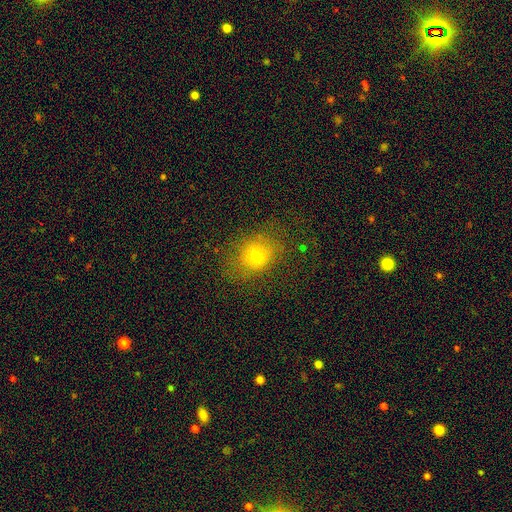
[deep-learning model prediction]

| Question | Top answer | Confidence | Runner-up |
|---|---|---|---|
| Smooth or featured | smooth | 71% | star or artifact (16%) |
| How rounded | round | 57% | in between (42%) |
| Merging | none | 70% | minor disturbance (18%) |